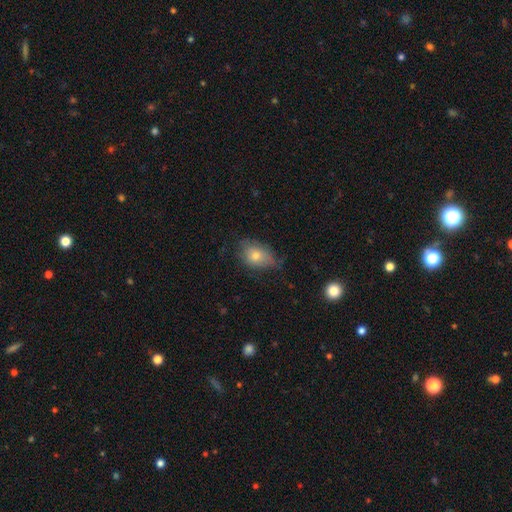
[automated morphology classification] Smooth or featured?
  - smooth: 71% *
  - featured or disk: 20%
  - star or artifact: 9%
How rounded?
  - in between: 76% *
  - round: 22%
  - cigar-shaped: 2%
Merging?
  - none: 54% *
  - minor disturbance: 34%
  - major disturbance: 10%
  - merger: 2%